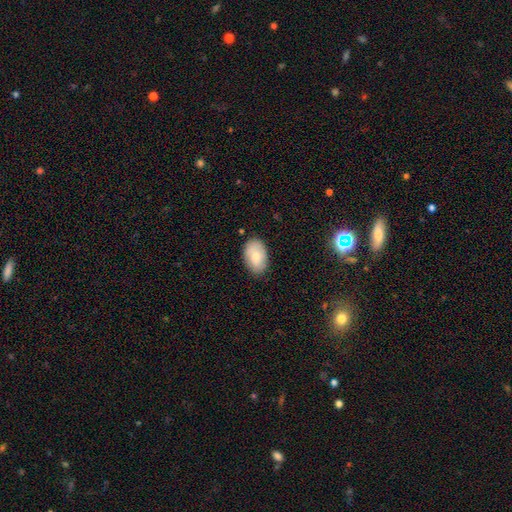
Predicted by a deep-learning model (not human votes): Overall: smooth (73%). How rounded: in between (90%). Merging: none (81%).